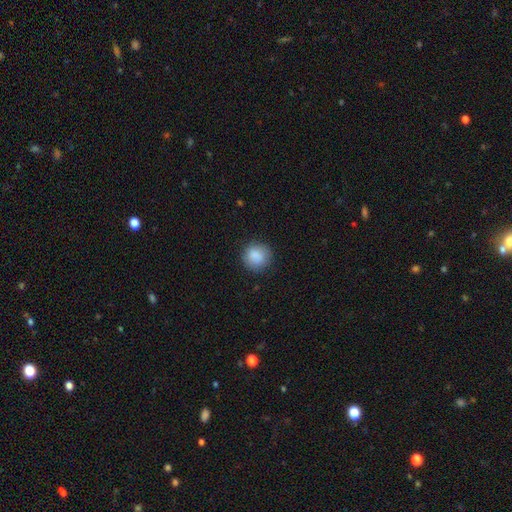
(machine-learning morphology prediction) Smooth or featured? smooth (87%)
How rounded? round (89%)
Merging? none (85%)